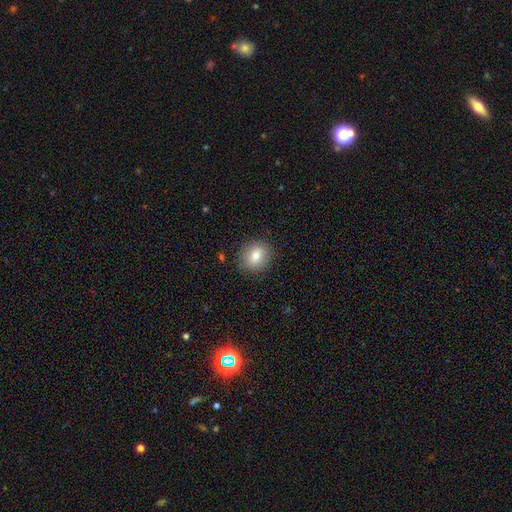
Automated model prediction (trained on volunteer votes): This is likely a smooth galaxy (80%). How rounded: likely round (76%). Merging: clearly none (88%).